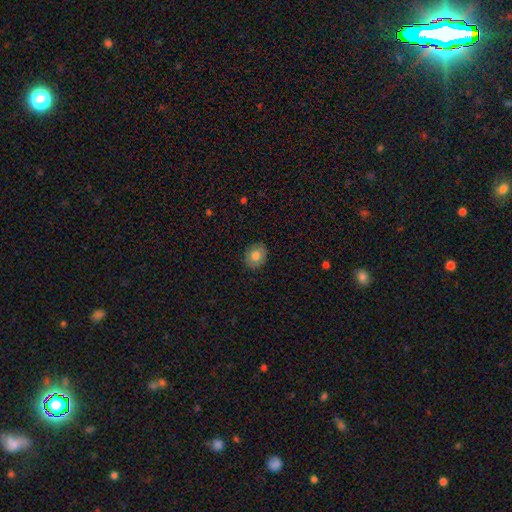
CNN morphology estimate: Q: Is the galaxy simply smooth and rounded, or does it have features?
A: smooth — 76%.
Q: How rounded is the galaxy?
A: round — 65%.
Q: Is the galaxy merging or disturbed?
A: none — 86%.